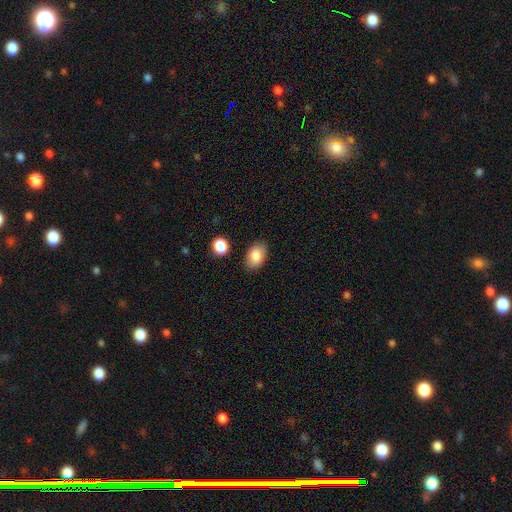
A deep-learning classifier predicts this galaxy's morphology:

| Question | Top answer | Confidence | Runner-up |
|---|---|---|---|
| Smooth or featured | smooth | 85% | featured or disk (8%) |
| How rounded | in between | 88% | round (11%) |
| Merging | none | 84% | minor disturbance (11%) |